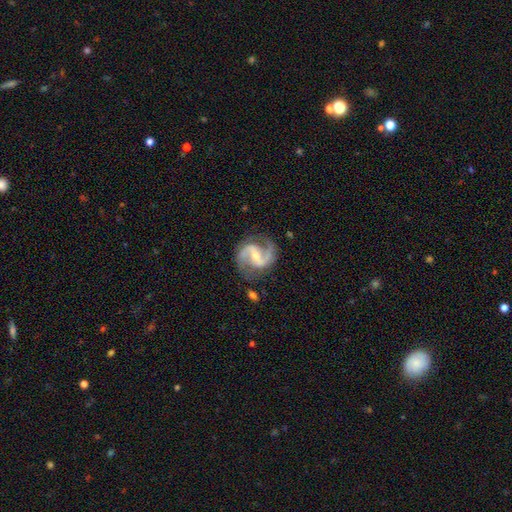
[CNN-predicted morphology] type=featured or disk (92%); edge-on=no (98%); bar=weak (46%); spiral arms=yes (98%); winding=medium (62%); arm count=2 (94%); bulge=moderate (52%); merging=none (79%).